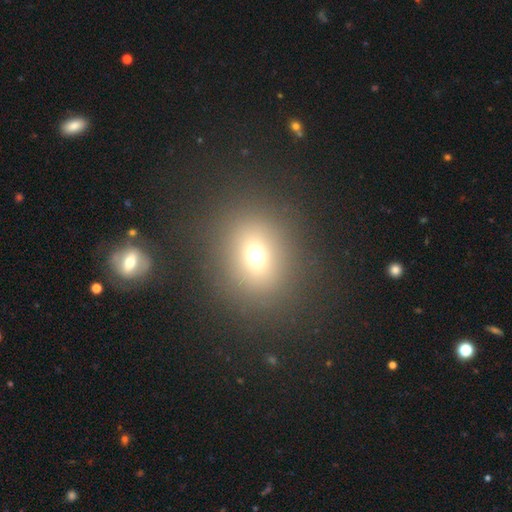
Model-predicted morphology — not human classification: smooth 68%, star or artifact 20%, featured or disk 12%. Down the decision tree: how rounded — round (68%); merging — none (84%).